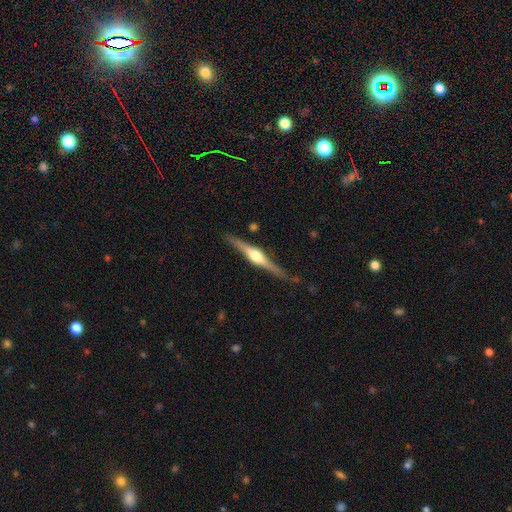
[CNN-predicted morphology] type=featured or disk (80%); edge-on=yes (98%); edge-on bulge=rounded (91%); merging=none (85%).